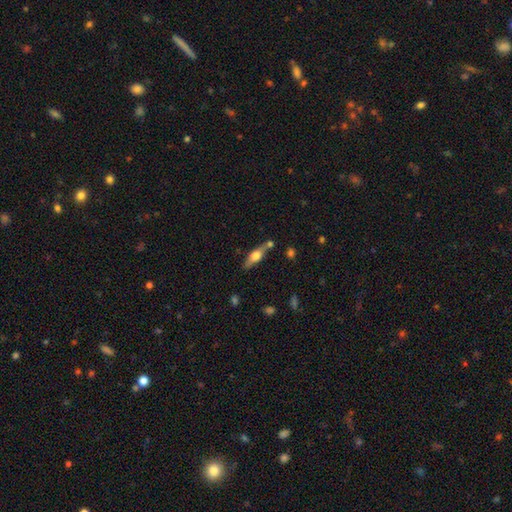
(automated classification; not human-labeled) Overall: featured or disk (49%; smooth 45%). Merging: none (69%).